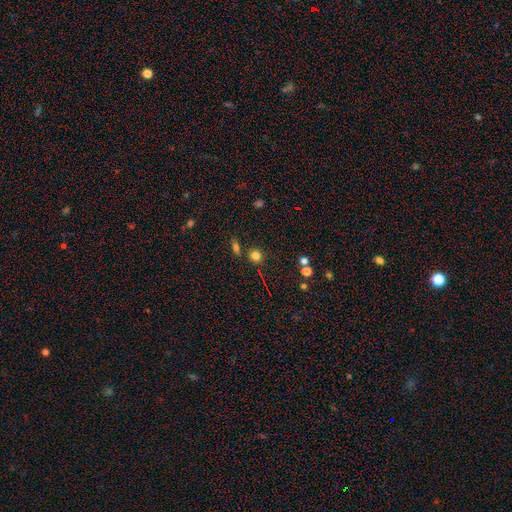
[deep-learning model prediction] smooth 76%, star or artifact 17%, featured or disk 7%. Down the decision tree: how rounded — round (85%); merging — none (77%).